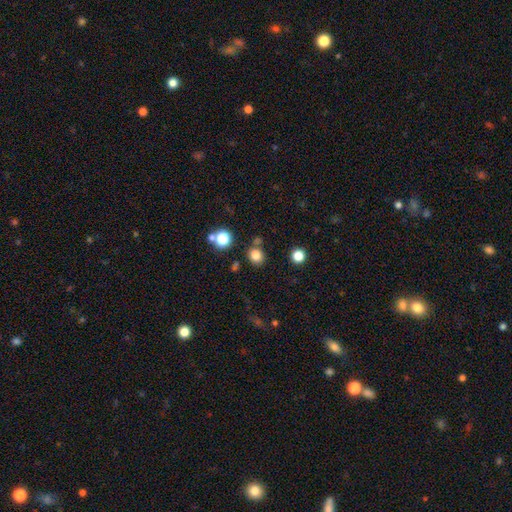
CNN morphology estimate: A smooth galaxy with no disk features (80%) that is round (76%). Merging: none (78%).